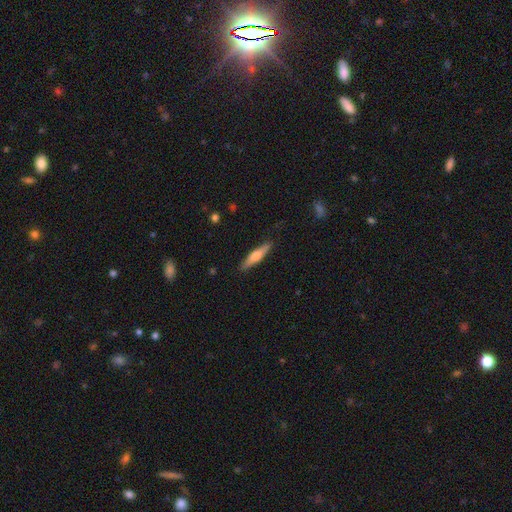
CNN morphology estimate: The model was most divided on "smooth or featured": smooth: 53%, featured or disk: 41%, star or artifact: 5%. More confident: merging — none (89%); how rounded — cigar-shaped (84%).